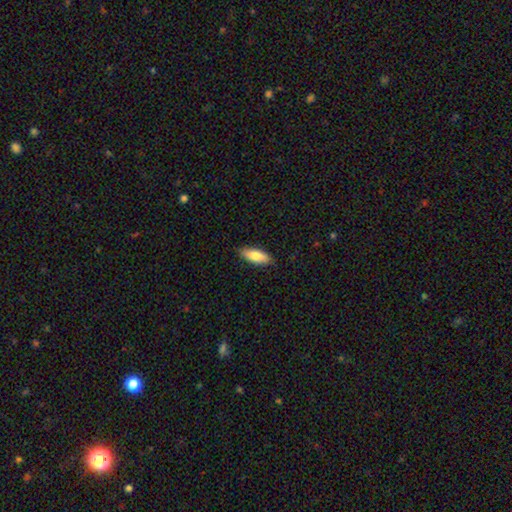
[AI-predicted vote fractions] A smooth galaxy with no disk features (81%) that is in between round and cigar-shaped (71%). Merging: none (85%).